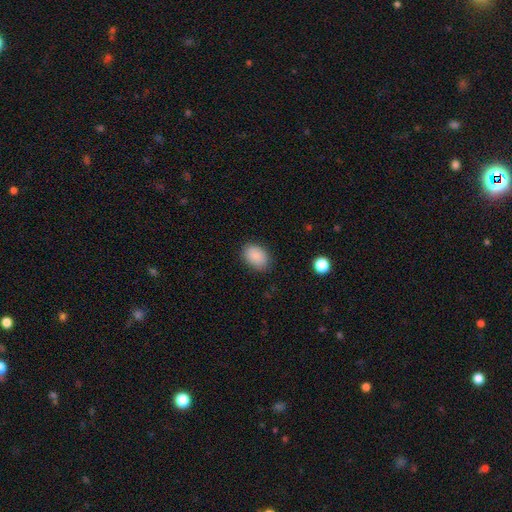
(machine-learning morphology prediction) smooth 88%, star or artifact 8%, featured or disk 5%. Down the decision tree: how rounded — in between (83%); merging — none (84%).